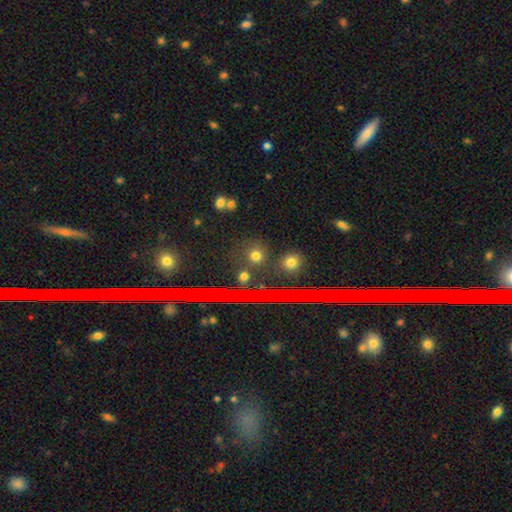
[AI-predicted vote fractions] smooth_or_featured: smooth (p=0.72) [alt: star or artifact p=0.20]
how_rounded: round (p=0.90) [alt: in between p=0.08]
merging: none (p=0.85) [alt: minor disturbance p=0.07]